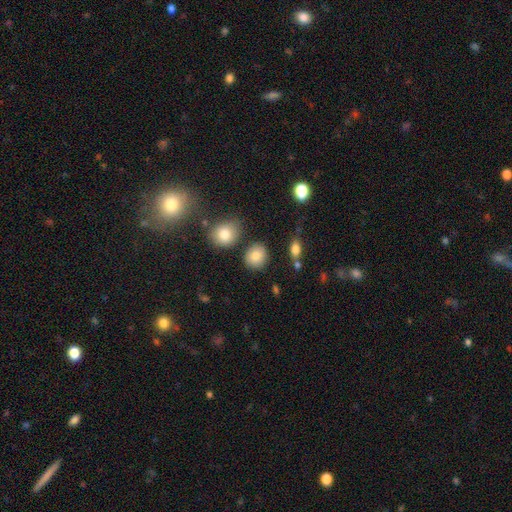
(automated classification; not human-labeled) A smooth galaxy with no disk features (82%) that is round (74%).

Vote fractions:
- Smooth or featured? smooth: 82% / star or artifact: 9% / featured or disk: 8%
- How rounded? round: 74% / in between: 25% / cigar-shaped: 1%
- Merging? none: 82% / minor disturbance: 10% / merger: 5% / major disturbance: 3%